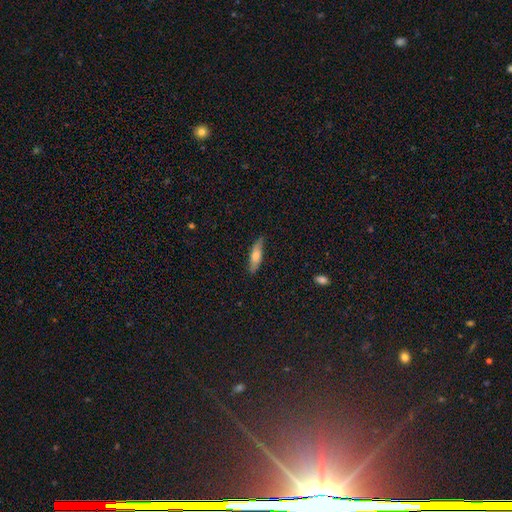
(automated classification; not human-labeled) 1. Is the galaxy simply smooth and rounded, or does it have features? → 64% smooth, 30% featured or disk, 6% star or artifact.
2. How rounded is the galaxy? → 60% cigar-shaped, 38% in between, 2% round.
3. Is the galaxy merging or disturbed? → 80% none, 16% minor disturbance, 3% major disturbance, 1% merger.